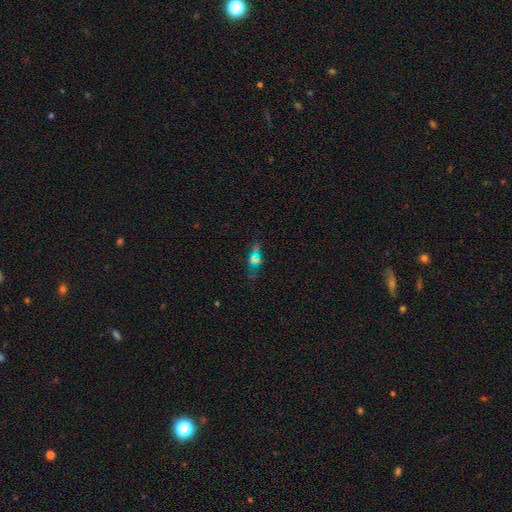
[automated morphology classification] This appears to be a smooth galaxy with no disk features (39%). Merging: none (74%).